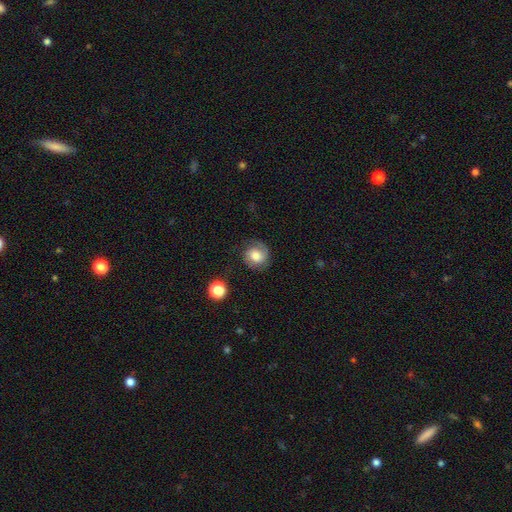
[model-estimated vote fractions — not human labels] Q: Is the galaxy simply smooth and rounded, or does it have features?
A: smooth — 46%.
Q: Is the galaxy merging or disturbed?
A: none — 74%.